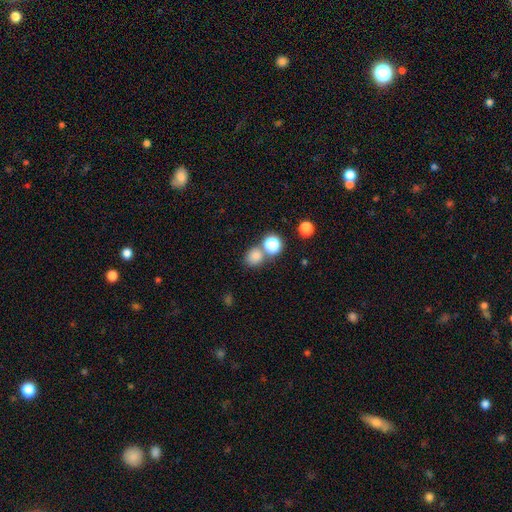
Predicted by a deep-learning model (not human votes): smooth-or-featured: smooth: 78% | star or artifact: 16% | featured or disk: 6%
  how-rounded: round: 79% | in between: 20% | cigar-shaped: 1%
  merging: none: 62% | merger: 25% | minor disturbance: 9% | major disturbance: 4%